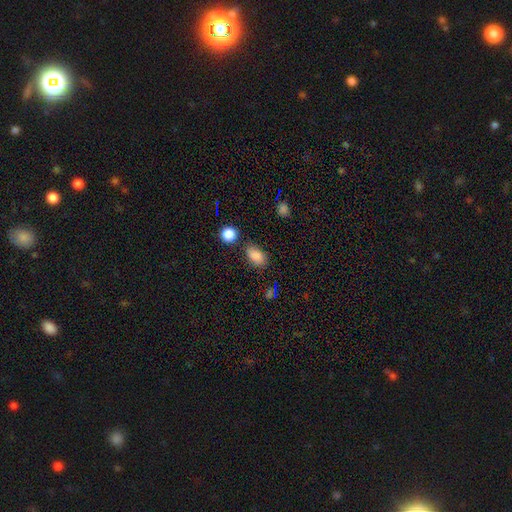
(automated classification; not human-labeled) The model was most divided on "merging": none: 76%, minor disturbance: 16%, merger: 4%, major disturbance: 4%. More confident: how rounded — in between (86%); smooth or featured — smooth (83%).